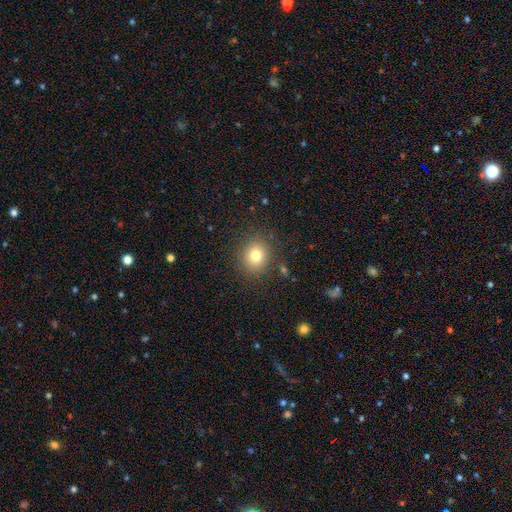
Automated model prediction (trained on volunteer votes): This appears to be a smooth galaxy with no disk features (78%) that is round (76%). Merging: none (87%).